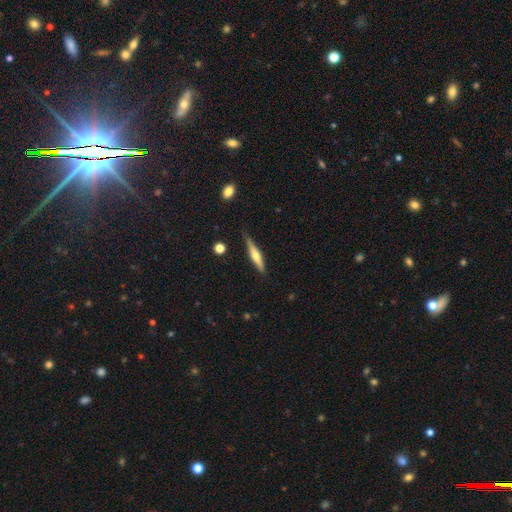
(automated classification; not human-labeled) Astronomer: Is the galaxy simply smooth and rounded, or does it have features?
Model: featured or disk — 51% (runner-up: smooth, 43%).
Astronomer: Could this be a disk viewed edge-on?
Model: yes — 95%.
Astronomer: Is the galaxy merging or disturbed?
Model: none — 79%.